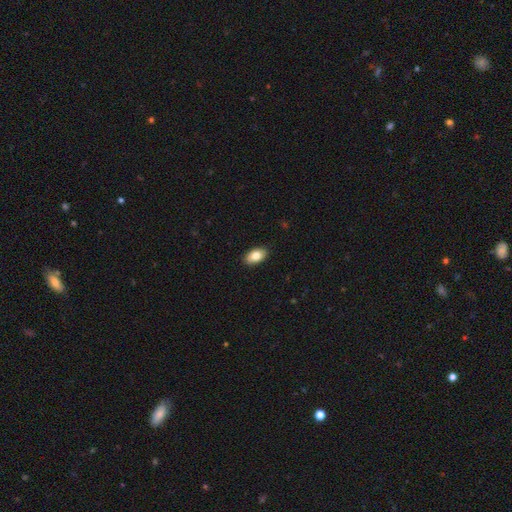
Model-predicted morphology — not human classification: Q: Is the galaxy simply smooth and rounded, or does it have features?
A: smooth — 83%.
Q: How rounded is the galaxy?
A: in between — 93%.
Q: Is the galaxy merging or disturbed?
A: none — 90%.